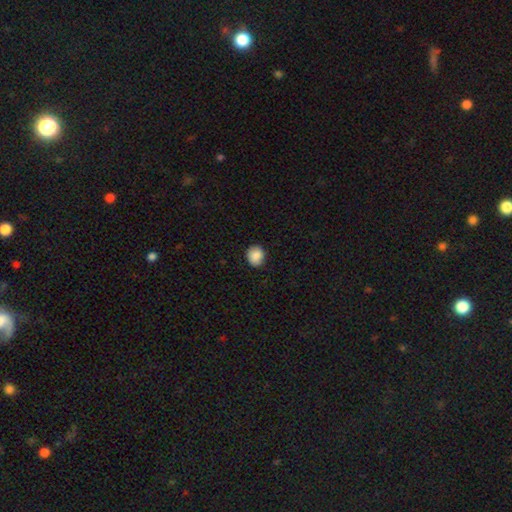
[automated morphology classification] Smooth or featured? smooth (88%)
How rounded? round (68%)
Merging? none (84%)